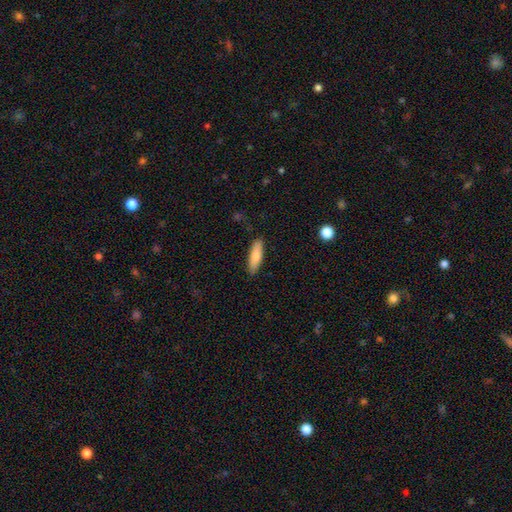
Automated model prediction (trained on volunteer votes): Smooth or featured: smooth — 79% (featured or disk — 15%)
How rounded: cigar-shaped — 59% (in between — 39%)
Merging: none — 86% (minor disturbance — 10%)